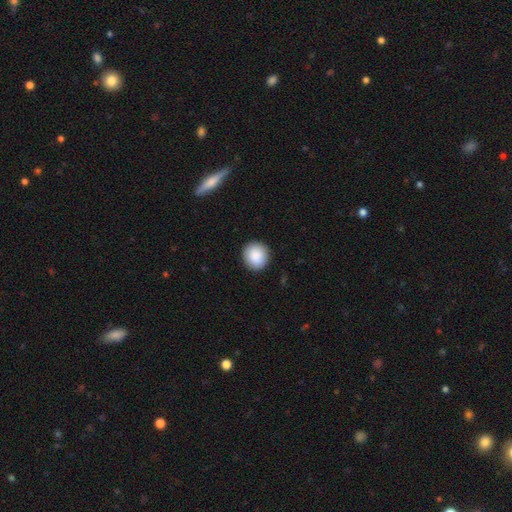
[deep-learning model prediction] Overall: smooth (89%). How rounded: round (89%). Merging: none (91%).